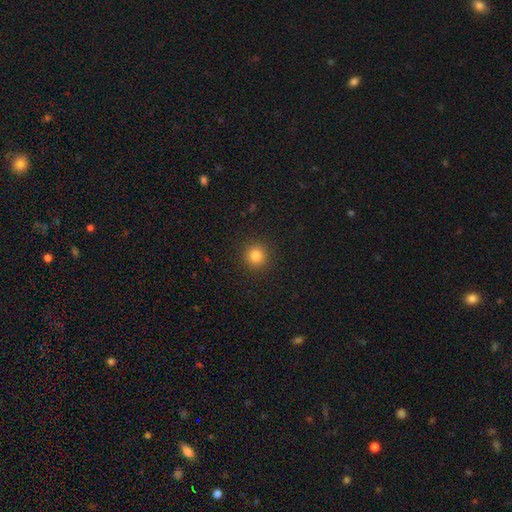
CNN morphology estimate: smooth_or_featured: smooth (p=0.83) [alt: star or artifact p=0.12]
how_rounded: round (p=0.94) [alt: in between p=0.05]
merging: none (p=0.92) [alt: minor disturbance p=0.05]